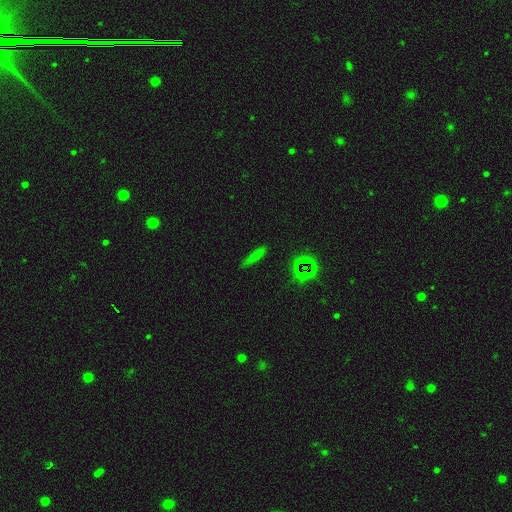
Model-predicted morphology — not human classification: The model was most divided on "smooth or featured": smooth: 64%, star or artifact: 22%, featured or disk: 14%. More confident: merging — none (82%); how rounded — cigar-shaped (81%).